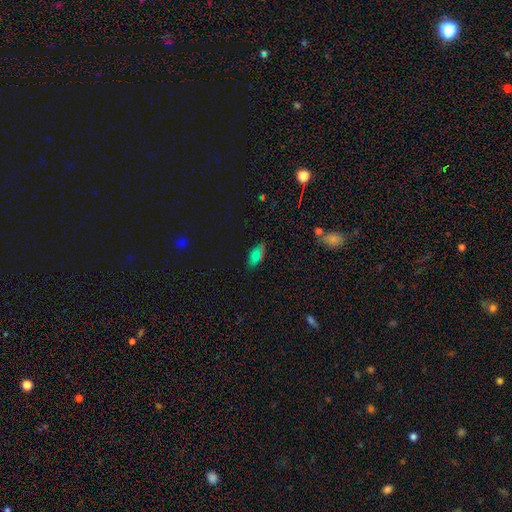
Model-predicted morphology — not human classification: Smooth or featured? smooth (68%)
How rounded? in between (90%)
Merging? none (74%)